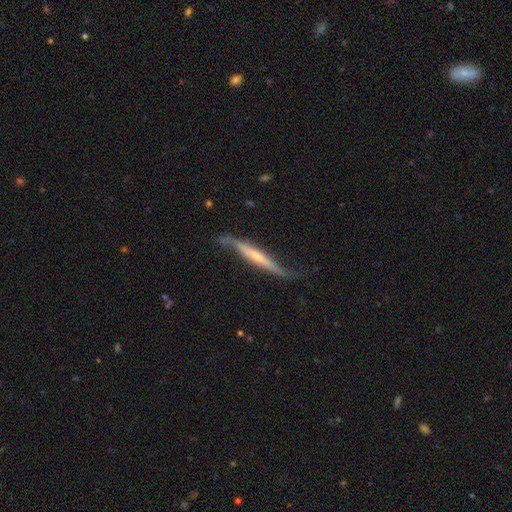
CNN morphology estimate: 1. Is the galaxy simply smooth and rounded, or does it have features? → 74% featured or disk, 21% smooth, 5% star or artifact.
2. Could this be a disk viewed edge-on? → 77% yes, 23% no.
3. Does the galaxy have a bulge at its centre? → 50% rounded, 37% none, 12% boxy.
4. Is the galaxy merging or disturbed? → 54% none, 30% minor disturbance, 13% major disturbance, 3% merger.